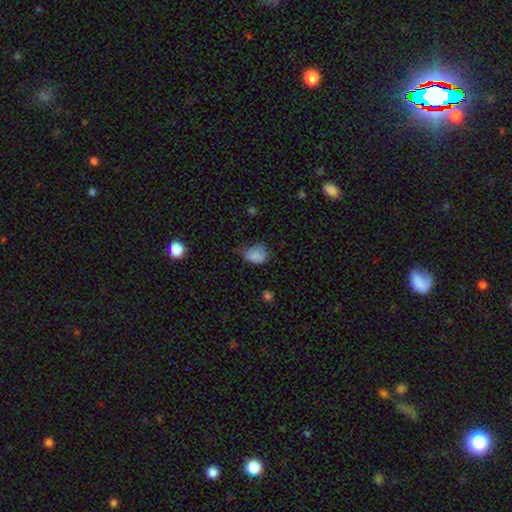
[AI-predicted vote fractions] smooth-or-featured: smooth: 82% | star or artifact: 10% | featured or disk: 8%
  how-rounded: in between: 69% | round: 30% | cigar-shaped: 1%
  merging: minor disturbance: 42% | none: 41% | major disturbance: 14% | merger: 2%